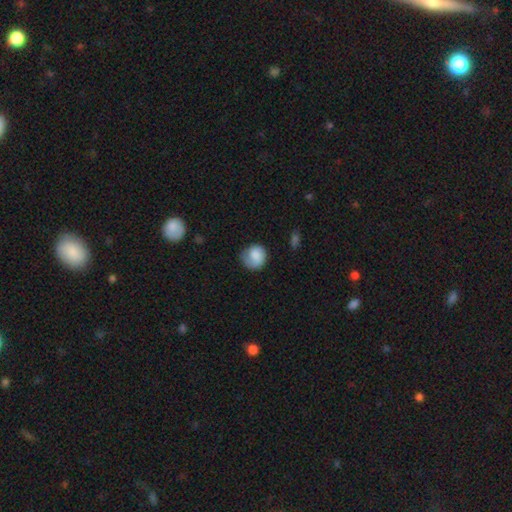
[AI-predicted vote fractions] smooth 74%, featured or disk 19%, star or artifact 7%. Down the decision tree: how rounded — round (83%); merging — none (59%).